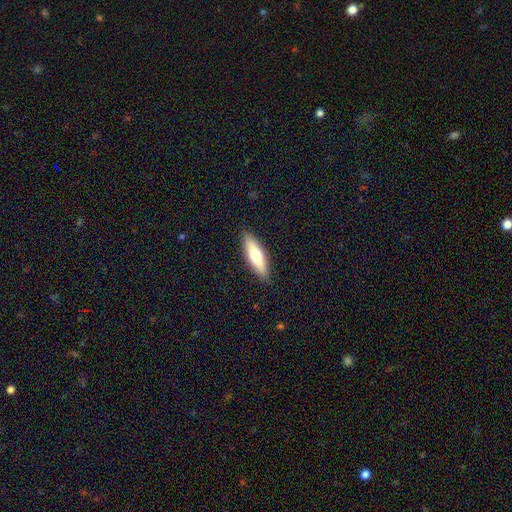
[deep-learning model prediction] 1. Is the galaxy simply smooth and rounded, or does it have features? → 63% smooth, 31% featured or disk, 6% star or artifact.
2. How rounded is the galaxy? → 60% cigar-shaped, 38% in between, 2% round.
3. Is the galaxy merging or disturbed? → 89% none, 8% minor disturbance, 2% major disturbance, 1% merger.